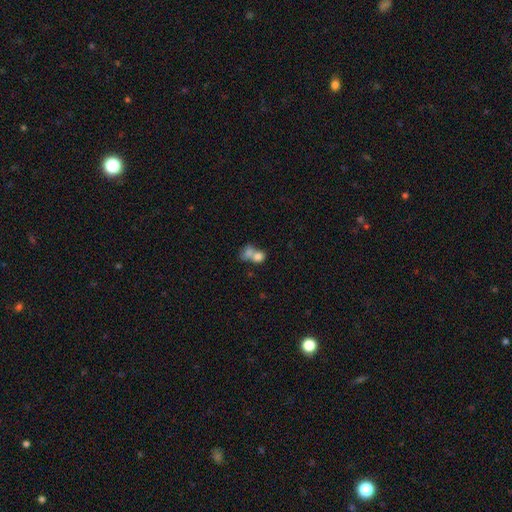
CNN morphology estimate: The model was most divided on "how rounded": round: 51%, in between: 48%, cigar-shaped: 2%. More confident: smooth or featured — smooth (76%); merging — merger (68%).